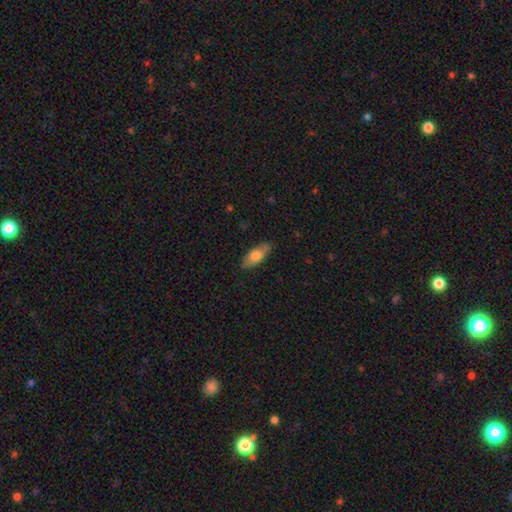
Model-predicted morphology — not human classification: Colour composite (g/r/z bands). It shows a smooth galaxy with no disk features (71%) that is in between round and cigar-shaped (78%). Merging: none (84%).